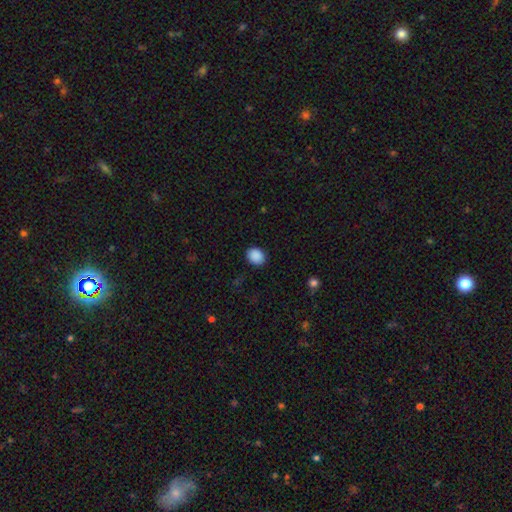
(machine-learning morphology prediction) Smooth or featured: smooth — 89% (star or artifact — 8%)
How rounded: round — 55% (in between — 44%)
Merging: none — 88% (minor disturbance — 8%)